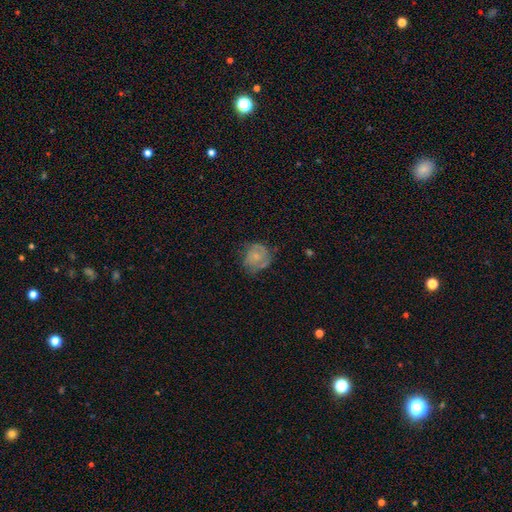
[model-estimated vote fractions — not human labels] smooth_or_featured: featured or disk (p=0.48) [alt: smooth p=0.43]
merging: none (p=0.57) [alt: minor disturbance p=0.28]